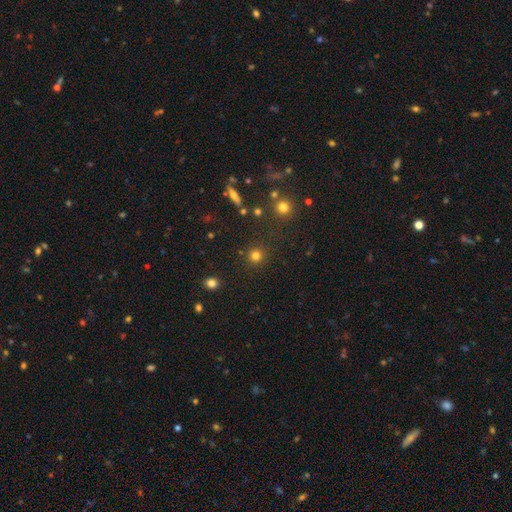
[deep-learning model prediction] Overall: smooth (79%). How rounded: round (94%). Merging: none (89%).